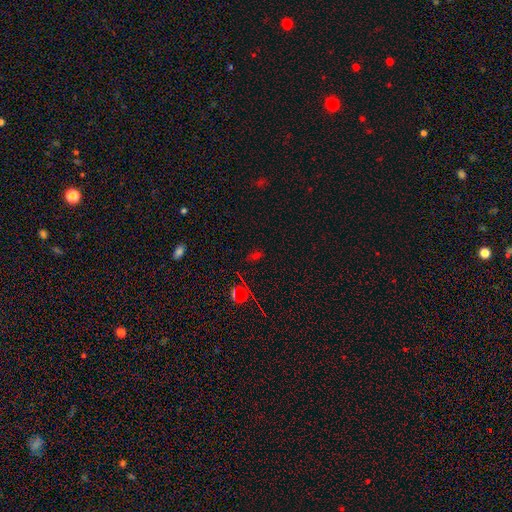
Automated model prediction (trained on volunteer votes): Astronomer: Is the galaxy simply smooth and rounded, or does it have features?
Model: star or artifact — 52% (runner-up: smooth, 38%).